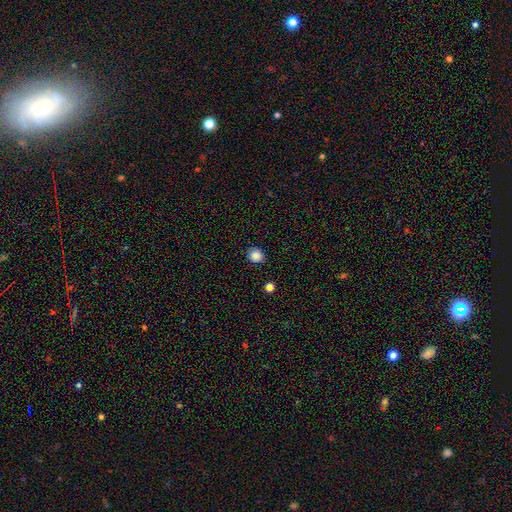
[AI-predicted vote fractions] Morphology: type=smooth (86%); roundness=round (85%); merging=none (90%).